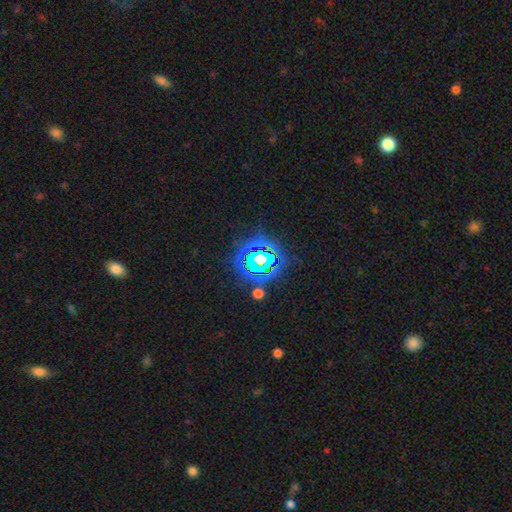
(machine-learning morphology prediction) smooth_or_featured: star or artifact (p=0.74) [alt: smooth p=0.14]